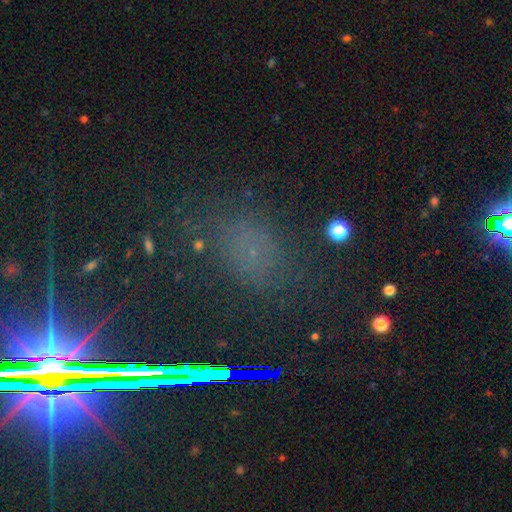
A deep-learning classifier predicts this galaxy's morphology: Smooth or featured? star or artifact (55%)